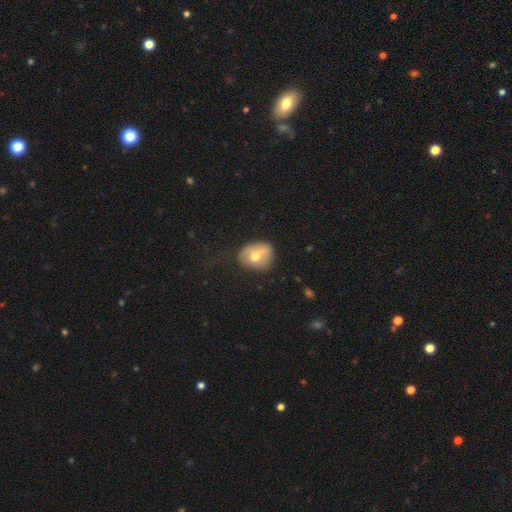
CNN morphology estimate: Smooth or featured?
  - smooth: 61% *
  - featured or disk: 31%
  - star or artifact: 8%
How rounded?
  - round: 54% *
  - in between: 45%
  - cigar-shaped: 1%
Merging?
  - none: 54% *
  - minor disturbance: 26%
  - major disturbance: 10%
  - merger: 10%